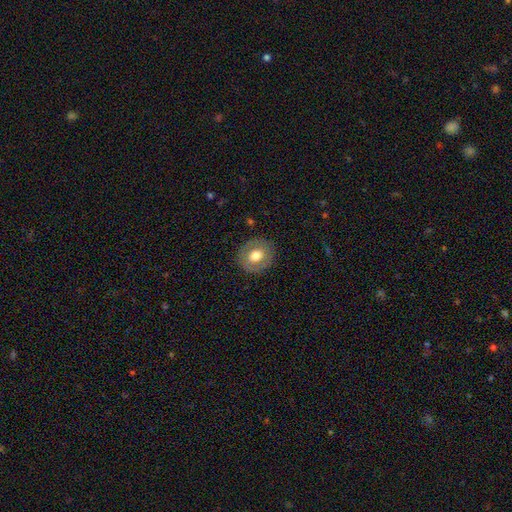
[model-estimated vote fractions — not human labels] Overall: smooth (61%; featured or disk 32%). How rounded: round (74%). Merging: none (86%).